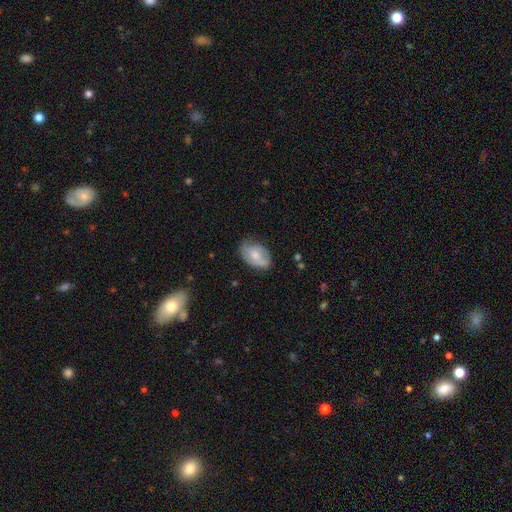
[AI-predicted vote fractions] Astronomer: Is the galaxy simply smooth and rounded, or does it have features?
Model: smooth — 60%.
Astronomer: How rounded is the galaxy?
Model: in between — 88%.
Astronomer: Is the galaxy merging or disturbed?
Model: none — 63%.